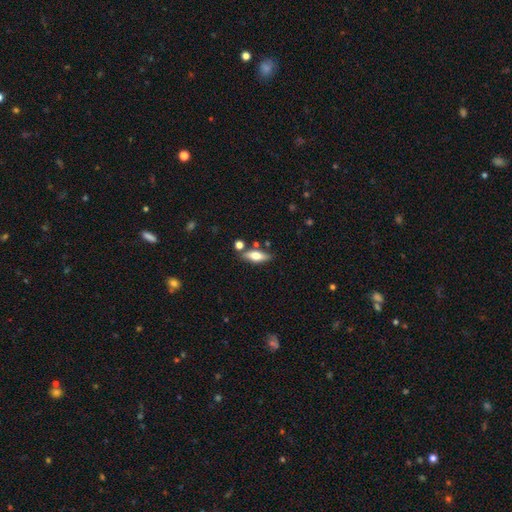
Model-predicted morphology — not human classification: Smooth or featured?
  - smooth: 58% *
  - featured or disk: 35%
  - star or artifact: 7%
How rounded?
  - in between: 60% *
  - cigar-shaped: 37%
  - round: 3%
Merging?
  - none: 74% *
  - minor disturbance: 13%
  - merger: 10%
  - major disturbance: 3%